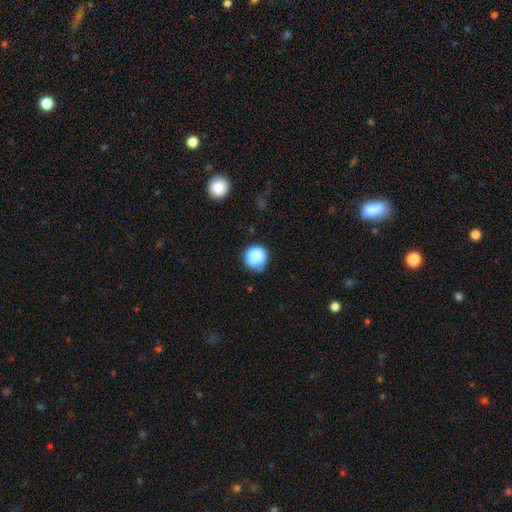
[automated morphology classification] Smooth or featured? smooth (82%)
How rounded? round (89%)
Merging? none (62%)